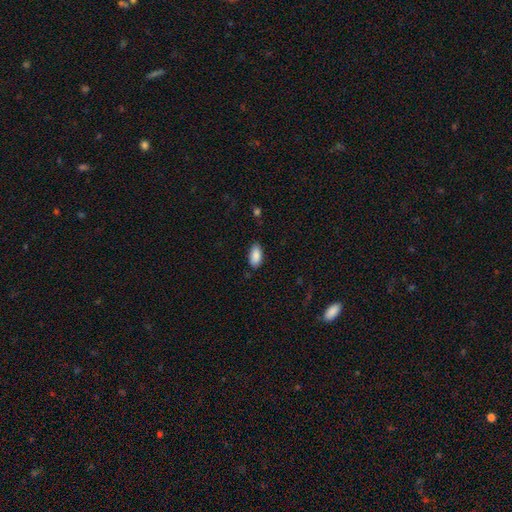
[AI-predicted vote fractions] Q: Smooth or featured?
A: smooth (88%); runner-up: star or artifact (7%)
Q: How rounded?
A: in between (92%); runner-up: cigar-shaped (6%)
Q: Merging?
A: none (82%); runner-up: minor disturbance (14%)